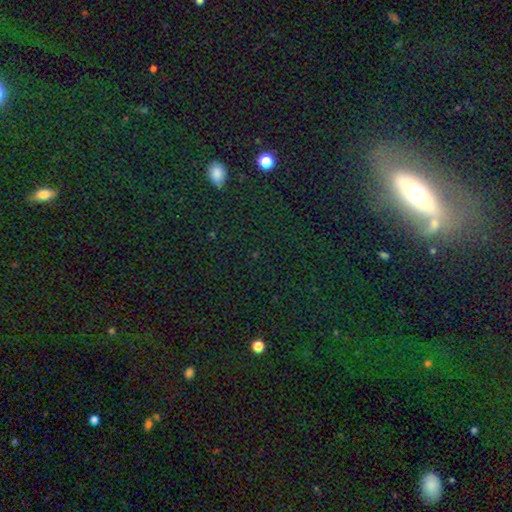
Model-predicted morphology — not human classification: Overall: star or artifact (46%; smooth 33%).